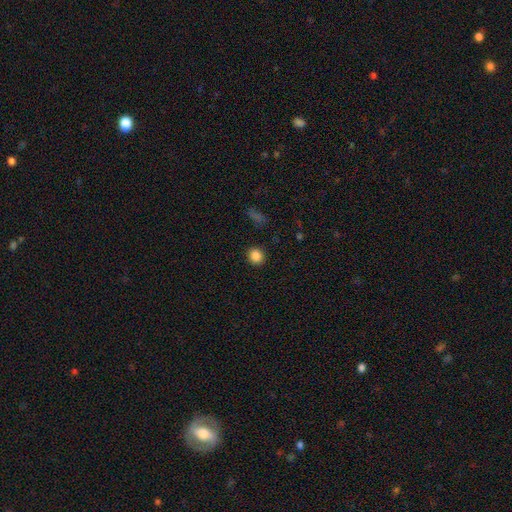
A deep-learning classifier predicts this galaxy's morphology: Overall: smooth (85%). How rounded: round (85%). Merging: none (90%).